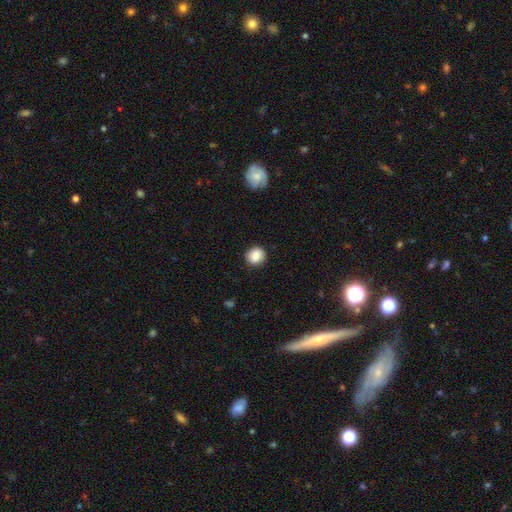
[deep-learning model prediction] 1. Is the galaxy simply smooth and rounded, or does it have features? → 86% smooth, 9% star or artifact, 6% featured or disk.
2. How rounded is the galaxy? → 83% round, 16% in between, 1% cigar-shaped.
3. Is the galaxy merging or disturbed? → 88% none, 8% minor disturbance, 2% major disturbance, 1% merger.